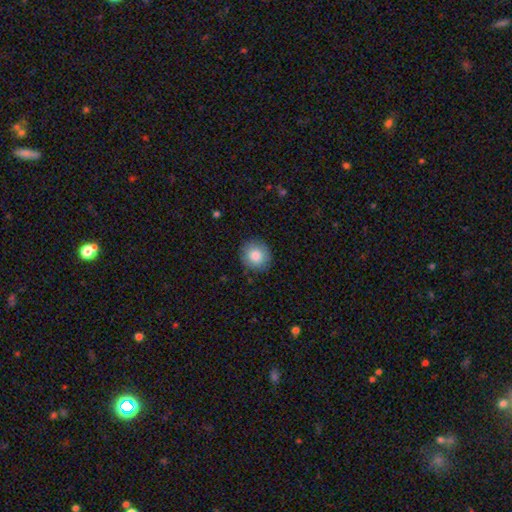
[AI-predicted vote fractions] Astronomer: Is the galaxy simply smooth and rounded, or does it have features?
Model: smooth — 85%.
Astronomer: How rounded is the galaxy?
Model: round — 89%.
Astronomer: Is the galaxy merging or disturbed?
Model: none — 89%.